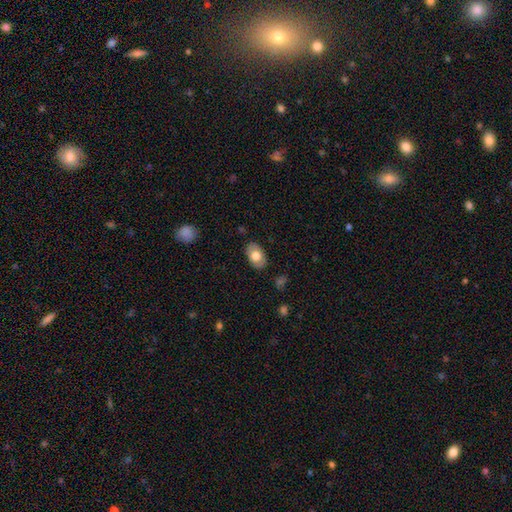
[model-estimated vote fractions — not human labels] The model was most divided on "smooth or featured": smooth: 72%, featured or disk: 22%, star or artifact: 6%. More confident: how rounded — in between (91%); merging — none (86%).